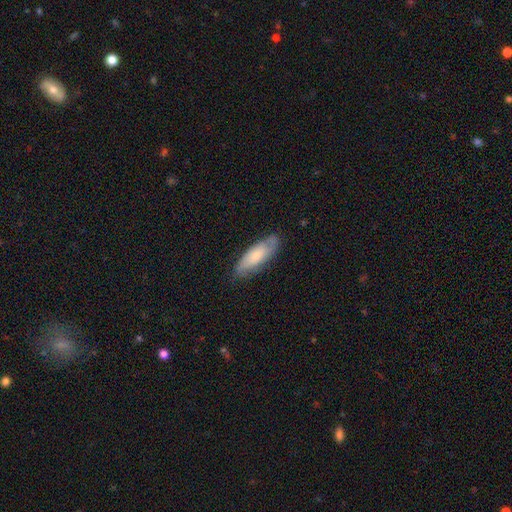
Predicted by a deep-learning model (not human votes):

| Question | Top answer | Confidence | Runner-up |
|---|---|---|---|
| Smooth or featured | smooth | 65% | featured or disk (29%) |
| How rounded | in between | 63% | cigar-shaped (35%) |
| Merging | none | 76% | minor disturbance (19%) |